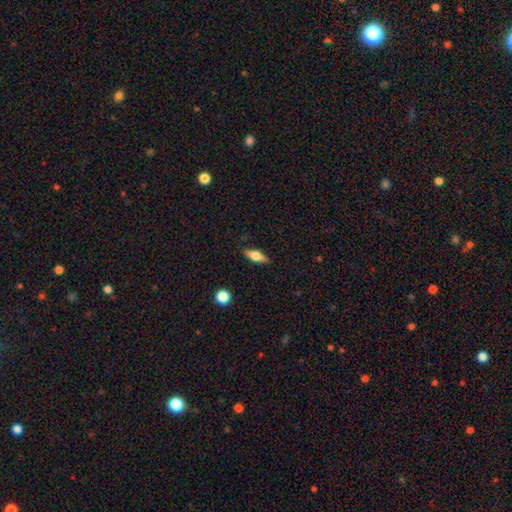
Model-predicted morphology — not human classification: Overall: smooth (48%; featured or disk 45%). Merging: none (87%).